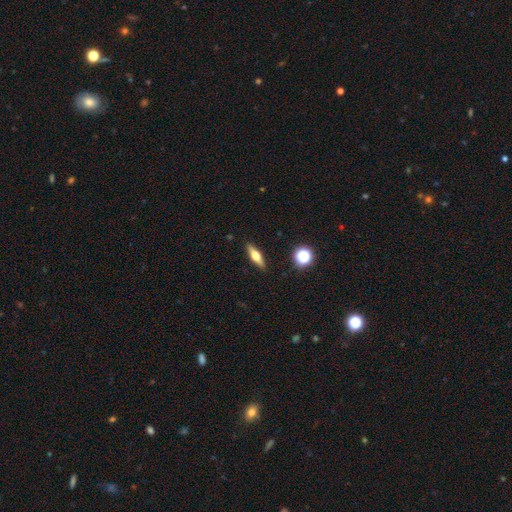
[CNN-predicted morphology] A featured or disk galaxy (48%). Merging: none (90%).